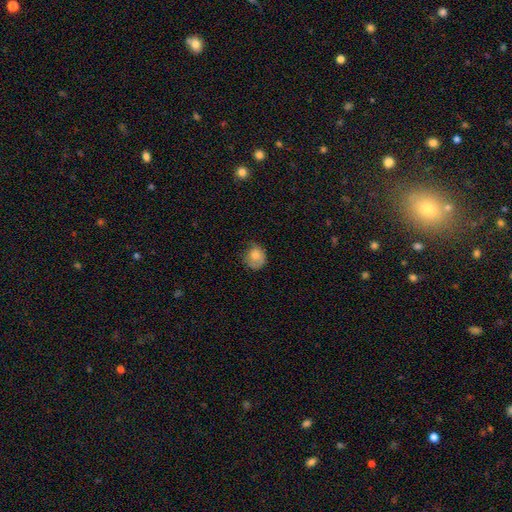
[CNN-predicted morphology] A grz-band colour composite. It shows a smooth galaxy with no disk features (74%) that is round (70%). Merging: none (53%).